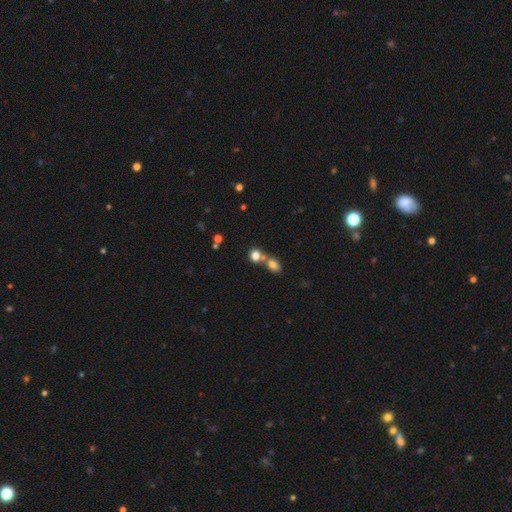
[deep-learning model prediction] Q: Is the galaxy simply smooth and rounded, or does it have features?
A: smooth — 78%.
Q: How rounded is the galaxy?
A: round — 58%.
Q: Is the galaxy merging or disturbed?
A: merger — 46%.